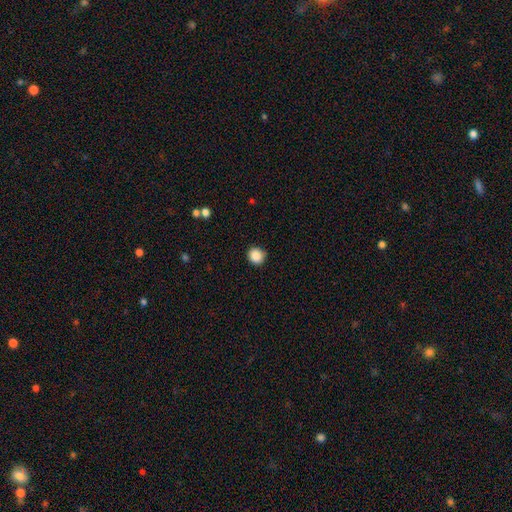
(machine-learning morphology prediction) This appears to be a smooth galaxy with no disk features (87%) that is round (90%). Merging: none (89%).